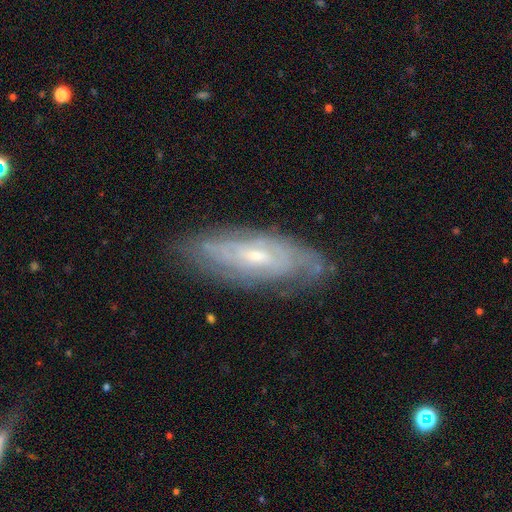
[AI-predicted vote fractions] Smooth or featured?
  - featured or disk: 73% *
  - smooth: 20%
  - star or artifact: 7%
Edge-on disk?
  - no: 79% *
  - yes: 21%
Bar?
  - no: 52% *
  - weak: 38%
  - strong: 9%
Spiral arms?
  - yes: 79% *
  - no: 21%
Bulge size?
  - small: 61% *
  - moderate: 34%
  - none: 2%
  - large: 2%
  - dominant: 1%
Merging?
  - none: 74% *
  - minor disturbance: 19%
  - major disturbance: 5%
  - merger: 1%